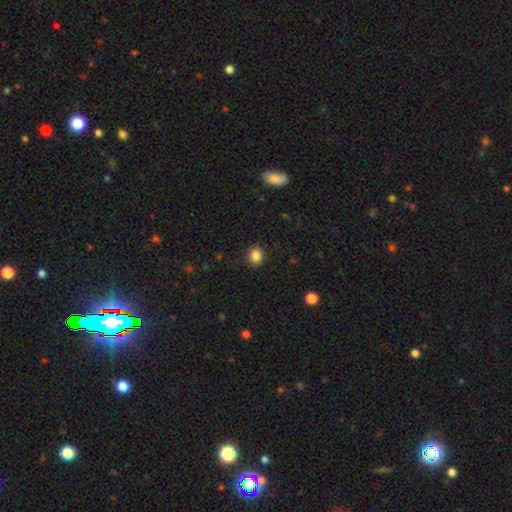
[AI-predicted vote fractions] A smooth galaxy with no disk features (86%) that is round (70%).

Vote fractions:
- Smooth or featured? smooth: 86% / star or artifact: 10% / featured or disk: 4%
- How rounded? round: 70% / in between: 29% / cigar-shaped: 1%
- Merging? none: 88% / minor disturbance: 9% / major disturbance: 3% / merger: 1%